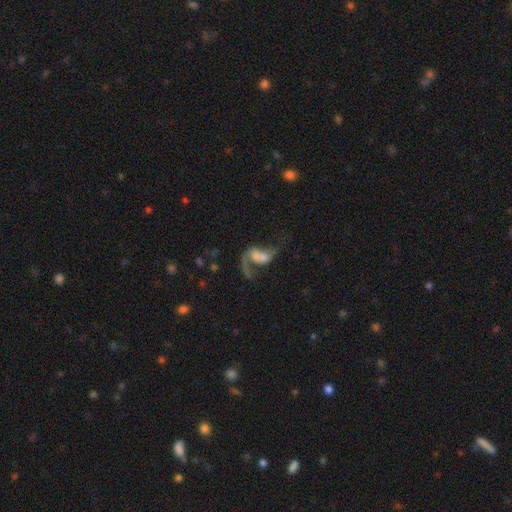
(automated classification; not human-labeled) A featured or disk galaxy (69%) with no bar (56%), 2 (49%) loose (80%) spiral arms (78%) and no central bulge (30%, tied with small).

Vote fractions:
- Smooth or featured? featured or disk: 69% / smooth: 19% / star or artifact: 12%
- Edge-on disk? no: 96% / yes: 4%
- Bar? no: 56% / weak: 31% / strong: 13%
- Spiral arms? yes: 78% / no: 22%
- Spiral winding? loose: 80% / medium: 15% / tight: 4%
- Spiral arm count? 2: 49% / 1: 44% / can't tell: 4% / 3: 1% / 4: 1% / more than 4: 1%
- Bulge size? none: 30% (tied) / small: 30% (tied) / moderate: 26% / large: 10% / dominant: 3%
- Merging? merger: 34% / major disturbance: 30% / none: 26% / minor disturbance: 10%